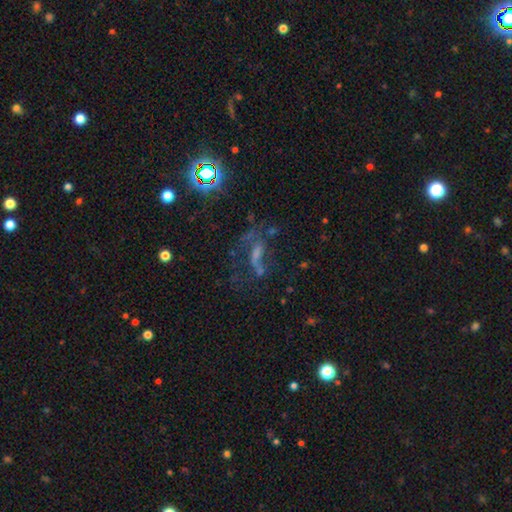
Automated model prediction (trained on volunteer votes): Overall: featured or disk (43%; star or artifact 31%). Merging: none (37%; major disturbance 34%).